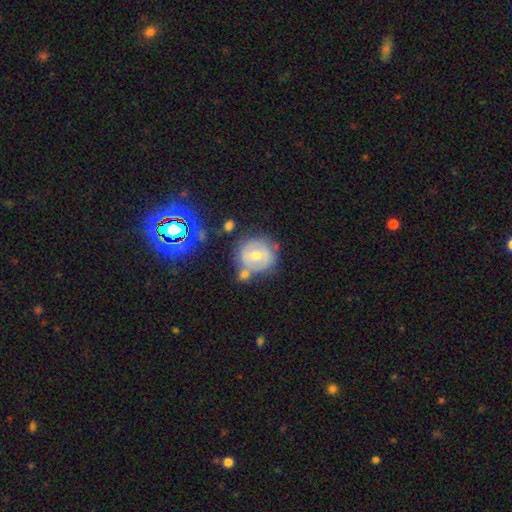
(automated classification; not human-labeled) Q: Smooth or featured?
A: featured or disk (49%); runner-up: smooth (41%)
Q: Merging?
A: none (56%); runner-up: merger (20%)